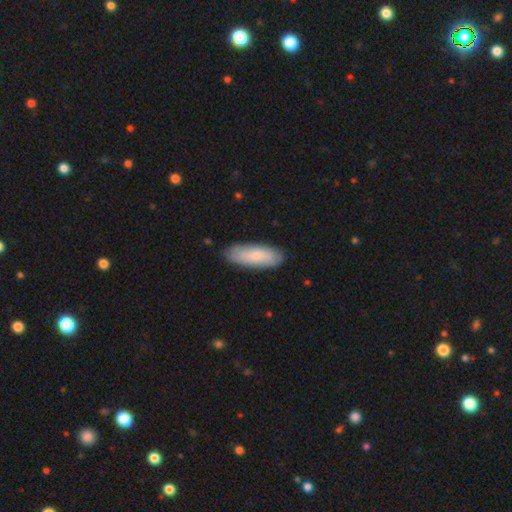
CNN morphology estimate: This is likely a smooth galaxy (77%). How rounded: likely in between (64%). Merging: clearly none (83%).